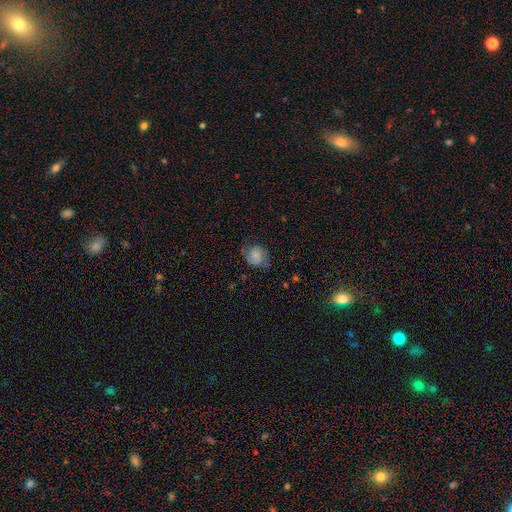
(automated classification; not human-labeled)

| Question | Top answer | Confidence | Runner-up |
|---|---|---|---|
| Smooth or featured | smooth | 51% | featured or disk (40%) |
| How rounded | round | 71% | in between (28%) |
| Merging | none | 62% | minor disturbance (25%) |